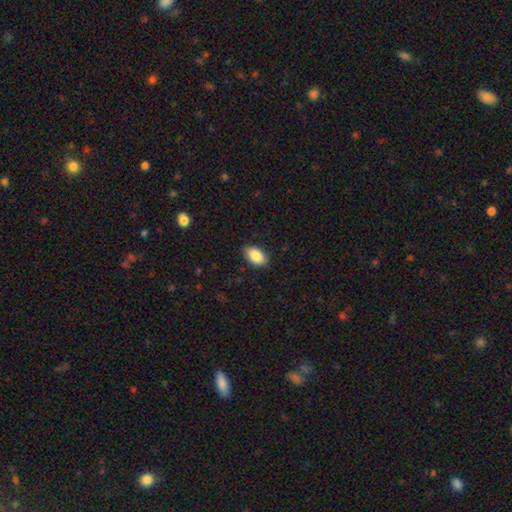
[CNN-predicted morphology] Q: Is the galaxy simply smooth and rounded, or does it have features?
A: smooth — 88%.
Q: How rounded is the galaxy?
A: in between — 93%.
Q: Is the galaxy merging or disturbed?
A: none — 87%.